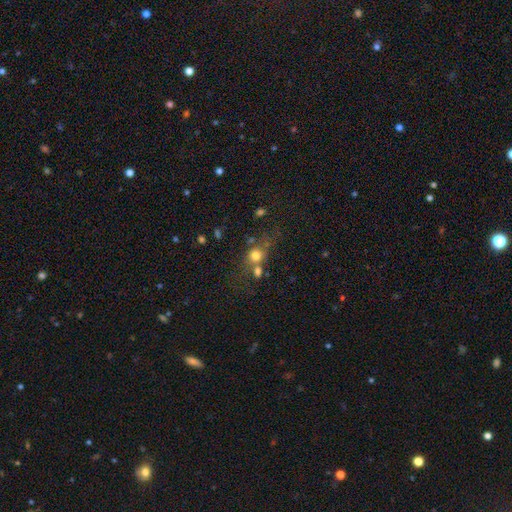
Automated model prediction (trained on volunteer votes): The model was most divided on "merging": none: 46%, merger: 32%, minor disturbance: 13%, major disturbance: 9%. More confident: how rounded — round (73%); smooth or featured — smooth (71%).